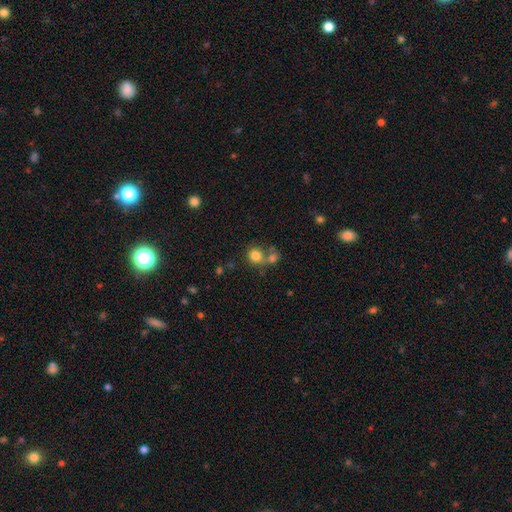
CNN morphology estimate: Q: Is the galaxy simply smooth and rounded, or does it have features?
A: smooth — 79%.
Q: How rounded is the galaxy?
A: round — 77%.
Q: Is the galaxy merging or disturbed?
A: none — 48%.